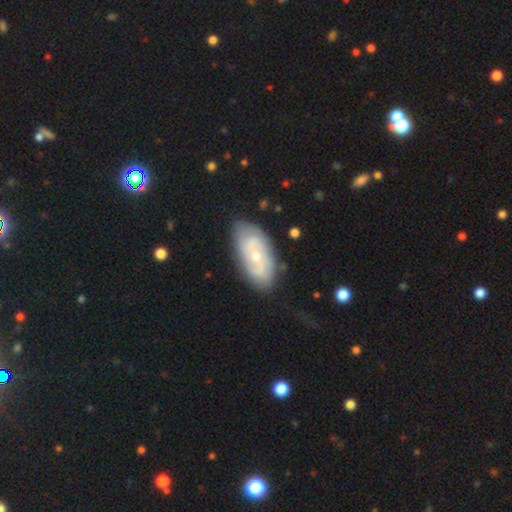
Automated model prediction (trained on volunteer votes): Morphology: type=featured or disk (68%); edge-on=no (93%); bar=no (73%); spiral arms=yes (81%); winding=tight (54%); arm count=can't tell (40%, tied with 2); bulge=small (63%); merging=none (75%).